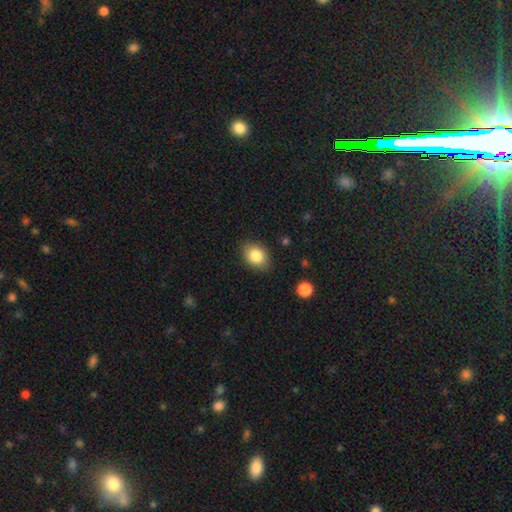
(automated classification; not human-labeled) smooth_or_featured: smooth (p=0.85) [alt: star or artifact p=0.08]
how_rounded: in between (p=0.66) [alt: round p=0.33]
merging: none (p=0.83) [alt: minor disturbance p=0.12]